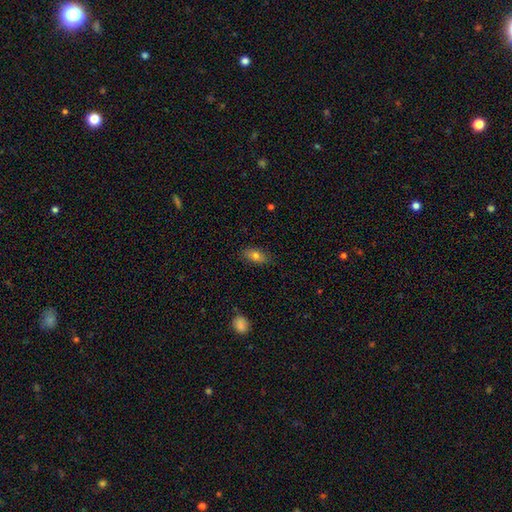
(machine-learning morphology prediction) Smooth or featured? Predicted: smooth (p=0.75). How rounded? Predicted: in between (p=0.85). Merging? Predicted: none (p=0.84).